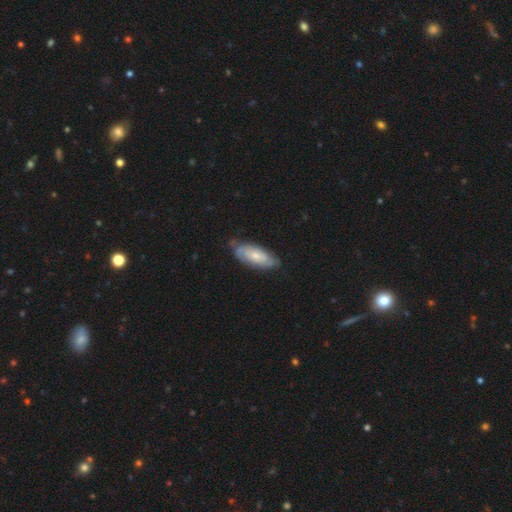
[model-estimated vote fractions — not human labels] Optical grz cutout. It shows a smooth galaxy with no disk features (50%) that is in between round and cigar-shaped (80%). Merging: none (69%).